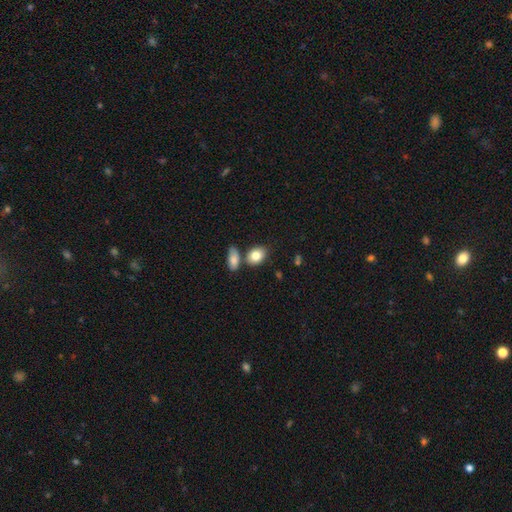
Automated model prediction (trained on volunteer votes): smooth 83%, featured or disk 10%, star or artifact 8%. Down the decision tree: how rounded — in between (73%); merging — none (63%).